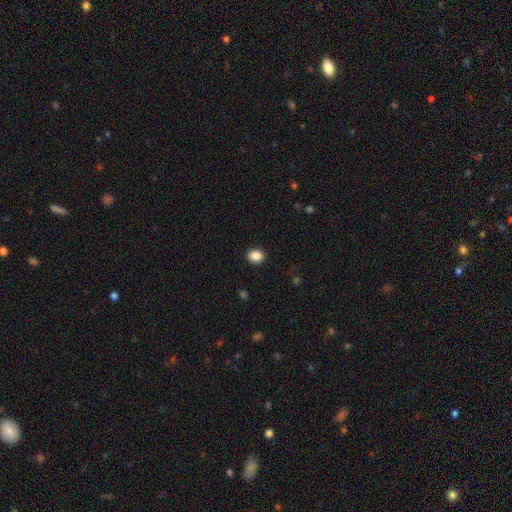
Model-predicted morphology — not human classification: Smooth or featured?
  - smooth: 87% *
  - star or artifact: 9%
  - featured or disk: 4%
How rounded?
  - round: 54% *
  - in between: 46%
  - cigar-shaped: 1%
Merging?
  - none: 91% *
  - minor disturbance: 6%
  - major disturbance: 2%
  - merger: 1%